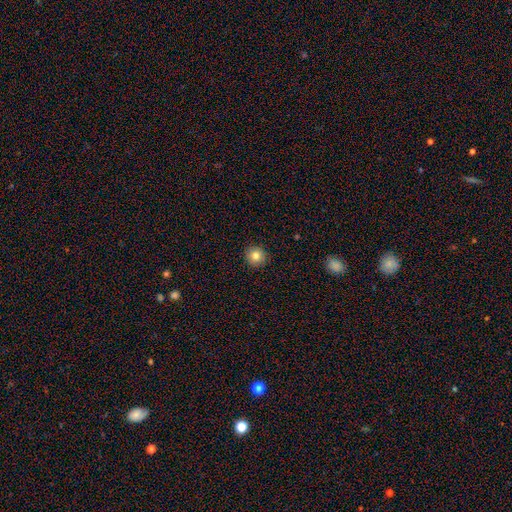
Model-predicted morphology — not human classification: Smooth or featured?
  - smooth: 81% *
  - star or artifact: 11%
  - featured or disk: 8%
How rounded?
  - round: 95% *
  - in between: 5%
  - cigar-shaped: 1%
Merging?
  - none: 92% *
  - minor disturbance: 5%
  - major disturbance: 2%
  - merger: 1%